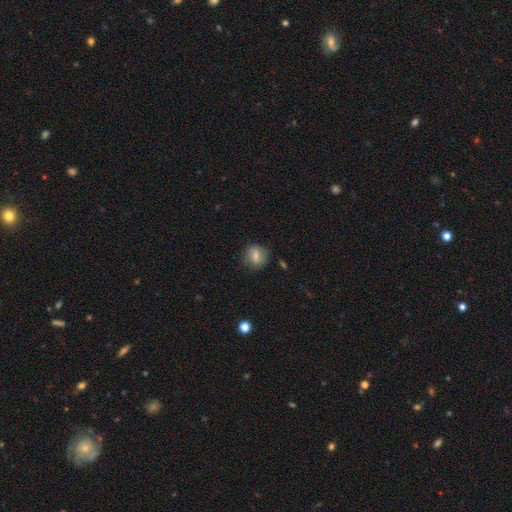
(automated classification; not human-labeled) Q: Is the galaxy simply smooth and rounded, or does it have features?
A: smooth — 69%.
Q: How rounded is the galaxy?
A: round — 67%.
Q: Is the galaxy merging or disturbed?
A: none — 78%.